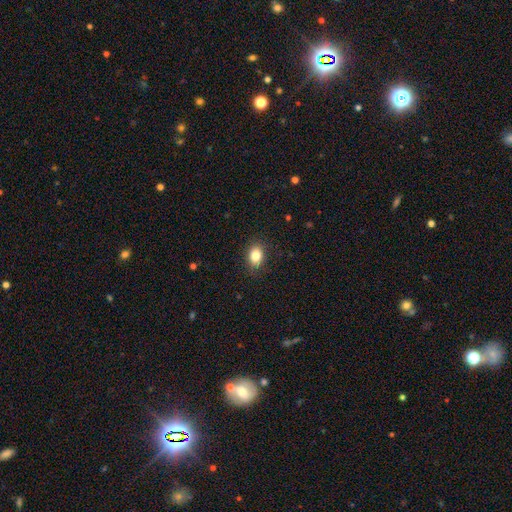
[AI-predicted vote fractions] smooth 84%, star or artifact 9%, featured or disk 7%. Down the decision tree: how rounded — in between (72%); merging — none (87%).